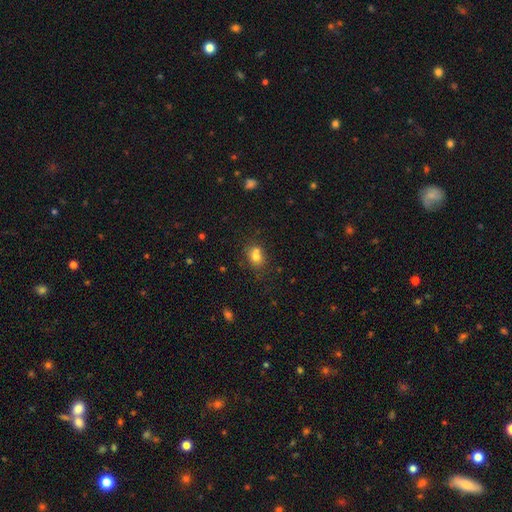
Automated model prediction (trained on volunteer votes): smooth 72%, star or artifact 15%, featured or disk 13%. Down the decision tree: how rounded — round (57%); merging — none (46%).